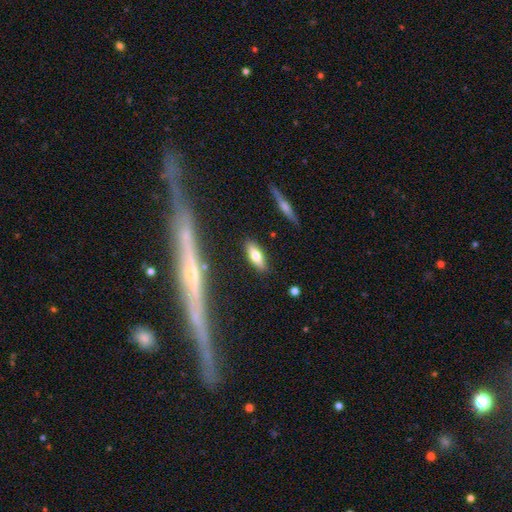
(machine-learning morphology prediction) smooth-or-featured: smooth: 70% | featured or disk: 23% | star or artifact: 7%
  how-rounded: in between: 75% | cigar-shaped: 23% | round: 3%
  merging: none: 86% | minor disturbance: 10% | major disturbance: 2% | merger: 2%